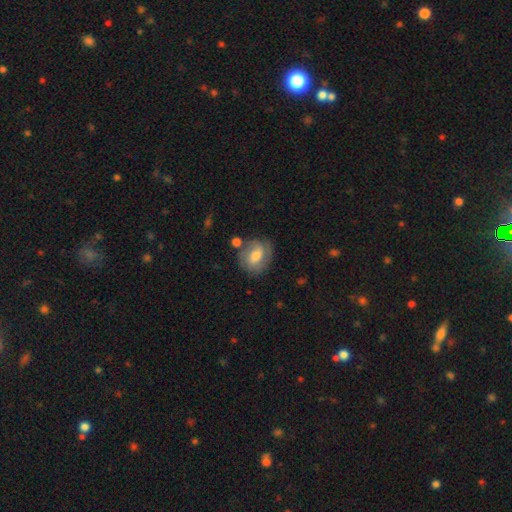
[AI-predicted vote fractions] featured or disk 48%, smooth 45%, star or artifact 7%. Down the decision tree: merging — none (65%).